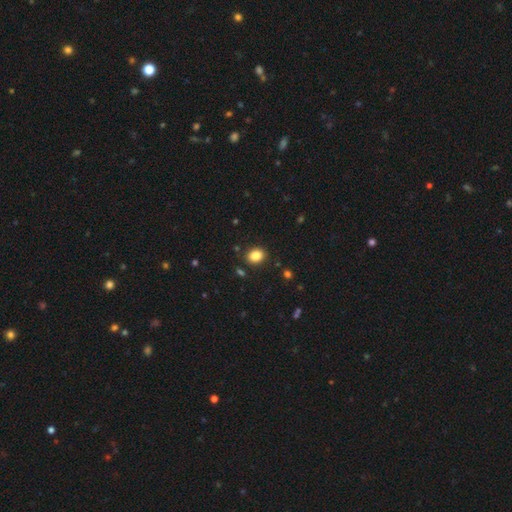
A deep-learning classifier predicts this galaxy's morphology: A smooth galaxy with no disk features (86%) that is in between round and cigar-shaped (57%).

Vote fractions:
- Smooth or featured? smooth: 86% / star or artifact: 10% / featured or disk: 5%
- How rounded? in between: 57% / round: 42% / cigar-shaped: 1%
- Merging? none: 88% / minor disturbance: 8% / major disturbance: 2% / merger: 2%